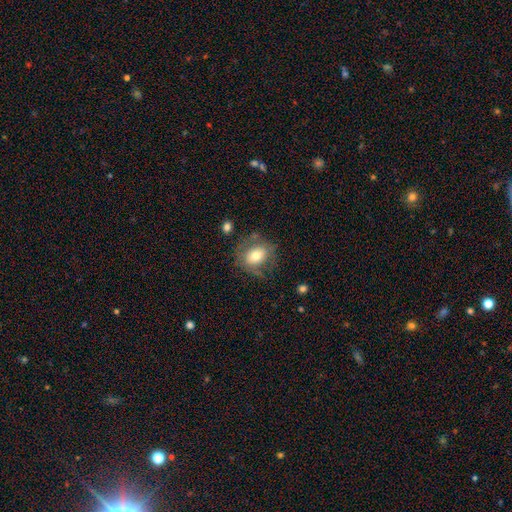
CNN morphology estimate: Q: Smooth or featured?
A: smooth (65%); runner-up: featured or disk (26%)
Q: How rounded?
A: round (51%); runner-up: in between (48%)
Q: Merging?
A: none (65%); runner-up: minor disturbance (20%)